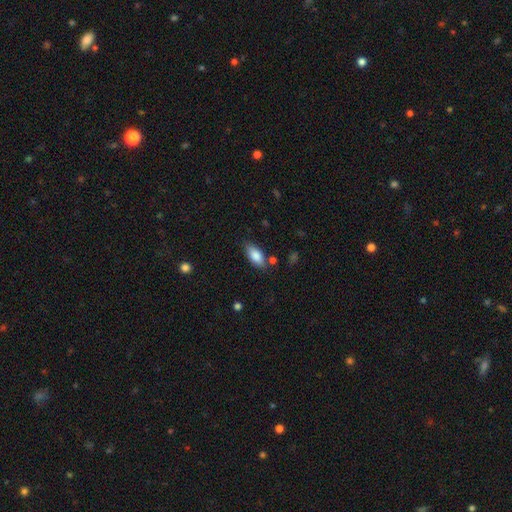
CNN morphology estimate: smooth_or_featured: smooth (p=0.82) [alt: featured or disk p=0.11]
how_rounded: in between (p=0.85) [alt: cigar-shaped p=0.12]
merging: none (p=0.78) [alt: minor disturbance p=0.15]